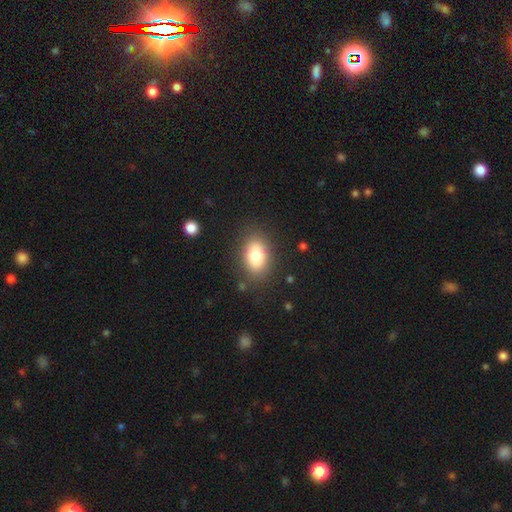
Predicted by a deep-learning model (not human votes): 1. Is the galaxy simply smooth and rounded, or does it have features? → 79% smooth, 12% featured or disk, 9% star or artifact.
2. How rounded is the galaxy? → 84% in between, 15% round, 2% cigar-shaped.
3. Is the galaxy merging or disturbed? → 84% none, 11% minor disturbance, 4% major disturbance, 2% merger.